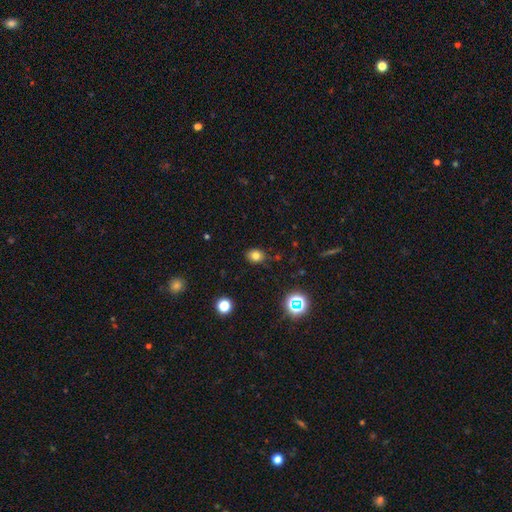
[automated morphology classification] Overall: smooth (77%). How rounded: in between (54%; round 45%). Merging: none (83%).